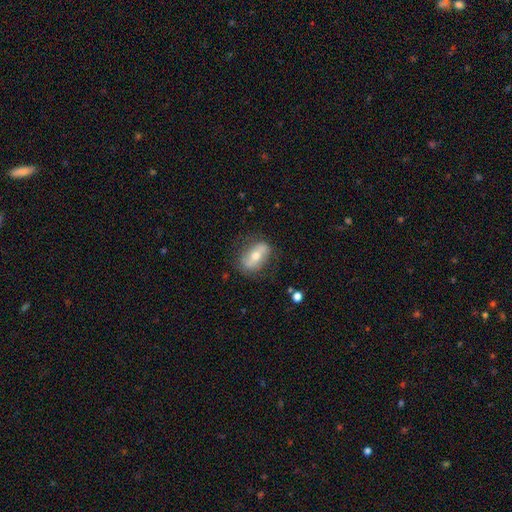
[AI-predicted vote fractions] Morphology: type=featured or disk (56%); edge-on=no (82%); merging=none (75%).